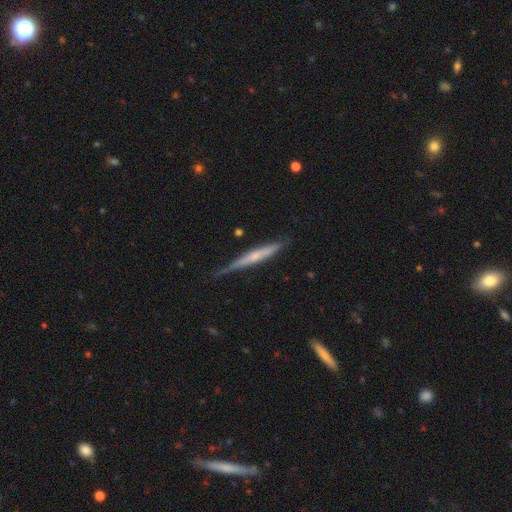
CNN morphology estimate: The model was most divided on "edge-on bulge": none: 52%, rounded: 40%, boxy: 8%. More confident: edge-on disk — yes (96%); merging — none (73%); smooth or featured — featured or disk (56%).